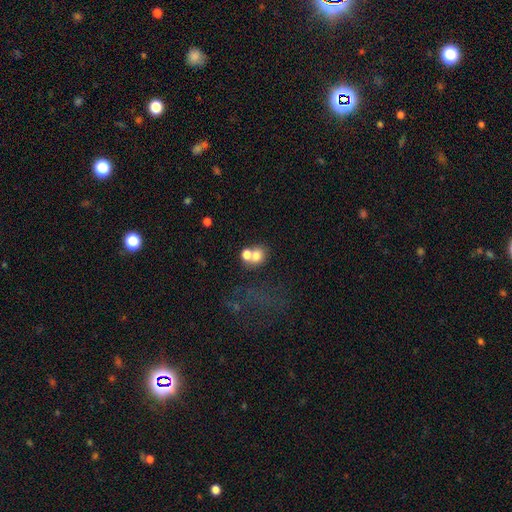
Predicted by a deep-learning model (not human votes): Morphology: type=smooth (70%); roundness=round (66%); merging=merger (50%).